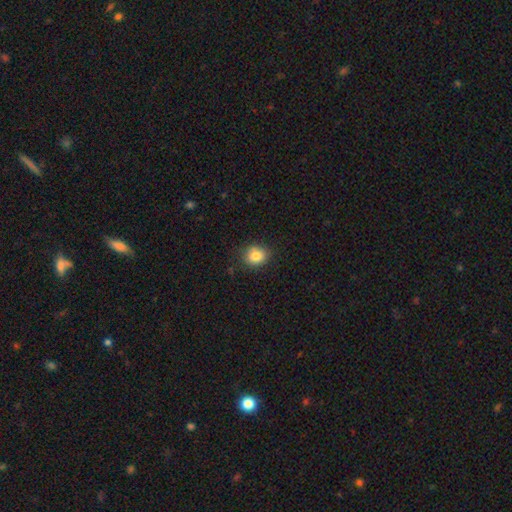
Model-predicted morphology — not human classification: type=smooth (83%); roundness=round (63%); merging=none (83%).